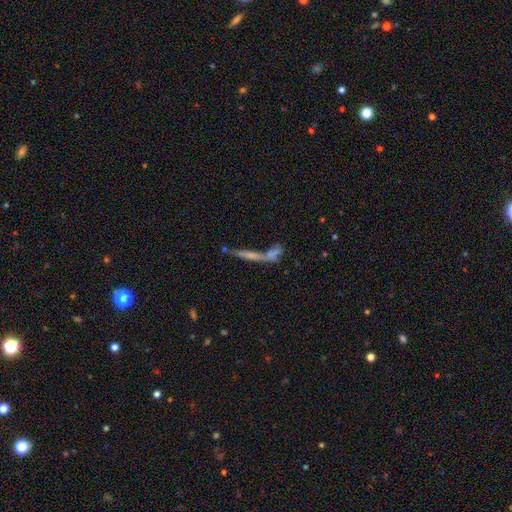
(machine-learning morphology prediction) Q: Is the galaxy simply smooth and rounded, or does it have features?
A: featured or disk — 45%.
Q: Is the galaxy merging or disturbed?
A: merger — 42%.